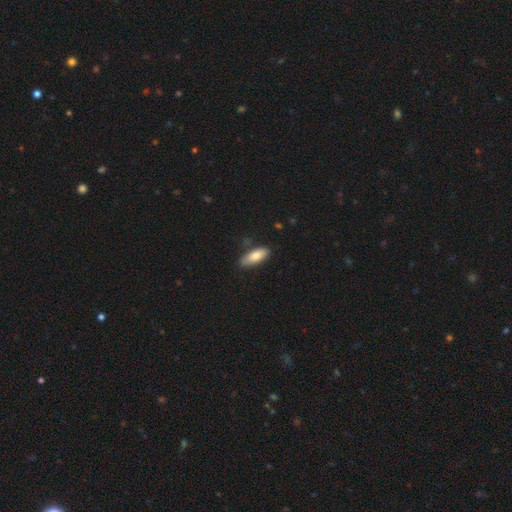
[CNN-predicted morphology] Smooth or featured?
  - smooth: 81% *
  - featured or disk: 13%
  - star or artifact: 6%
How rounded?
  - in between: 74% *
  - cigar-shaped: 24%
  - round: 2%
Merging?
  - none: 78% *
  - minor disturbance: 18%
  - major disturbance: 3%
  - merger: 2%